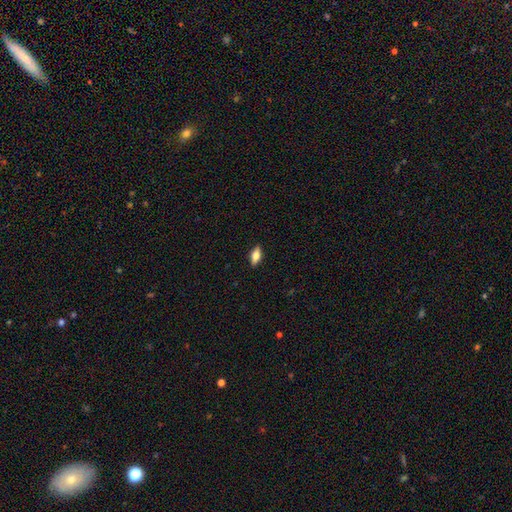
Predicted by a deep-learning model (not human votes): Overall: smooth (64%; featured or disk 29%). How rounded: in between (76%). Merging: none (89%).